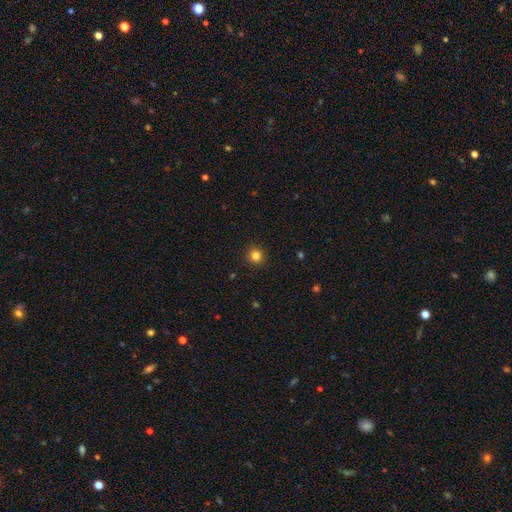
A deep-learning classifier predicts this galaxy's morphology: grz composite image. It shows a smooth galaxy with no disk features (83%) that is round (95%). Merging: none (92%).